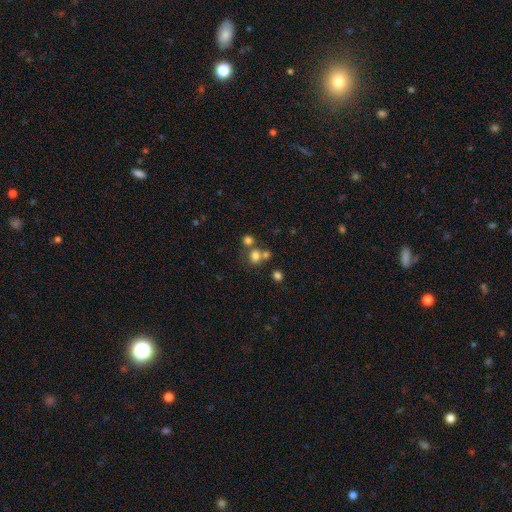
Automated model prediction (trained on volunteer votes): Smooth or featured?
  - smooth: 73% *
  - star or artifact: 17%
  - featured or disk: 10%
How rounded?
  - round: 70% *
  - in between: 29%
  - cigar-shaped: 1%
Merging?
  - none: 50% *
  - merger: 37%
  - minor disturbance: 9%
  - major disturbance: 5%